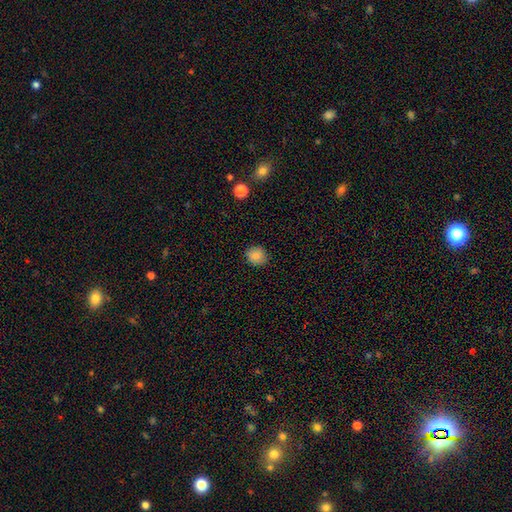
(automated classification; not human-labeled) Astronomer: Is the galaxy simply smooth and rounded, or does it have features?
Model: smooth — 86%.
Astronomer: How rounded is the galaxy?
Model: round — 83%.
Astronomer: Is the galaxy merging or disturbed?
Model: none — 88%.